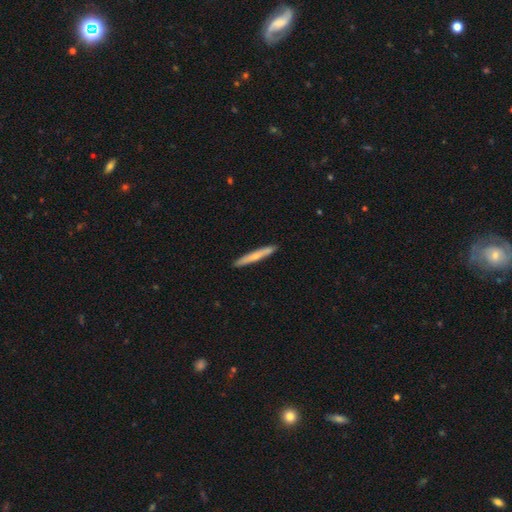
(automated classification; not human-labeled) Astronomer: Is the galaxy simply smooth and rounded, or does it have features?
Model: smooth — 60%.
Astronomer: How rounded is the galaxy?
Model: cigar-shaped — 96%.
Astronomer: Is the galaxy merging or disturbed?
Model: none — 91%.